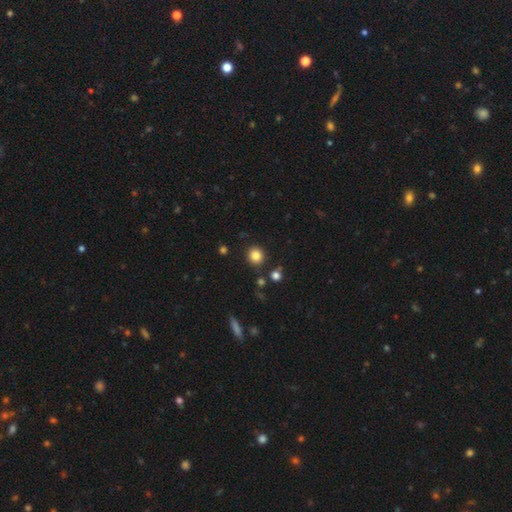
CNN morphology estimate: This appears to be a smooth galaxy with no disk features (83%) that is round (88%). Merging: none (87%).